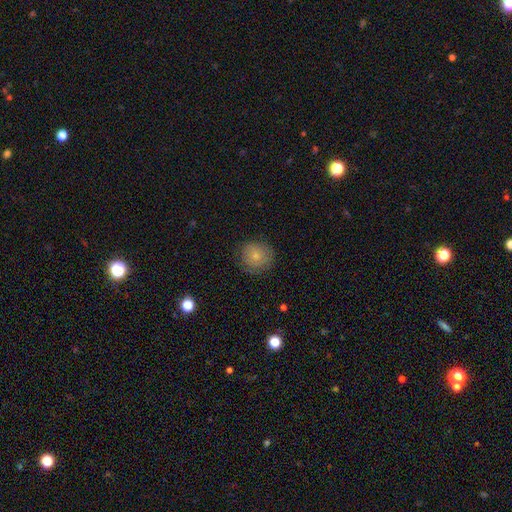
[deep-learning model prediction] Smooth or featured? Predicted: smooth (p=0.76). How rounded? Predicted: round (p=0.87). Merging? Predicted: none (p=0.78).